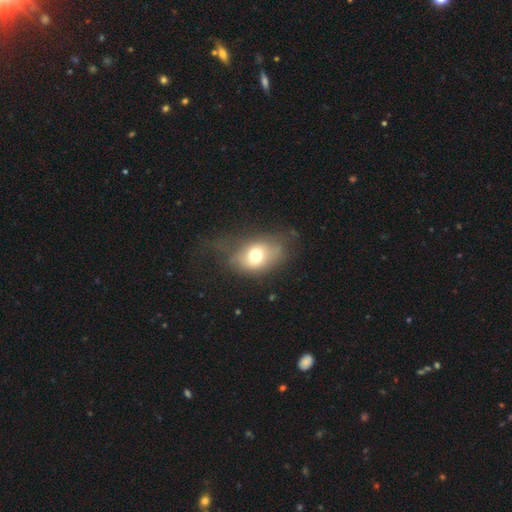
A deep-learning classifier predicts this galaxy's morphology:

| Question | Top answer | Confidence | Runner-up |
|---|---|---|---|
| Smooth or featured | smooth | 65% | featured or disk (24%) |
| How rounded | in between | 73% | round (25%) |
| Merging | none | 52% | minor disturbance (27%) |